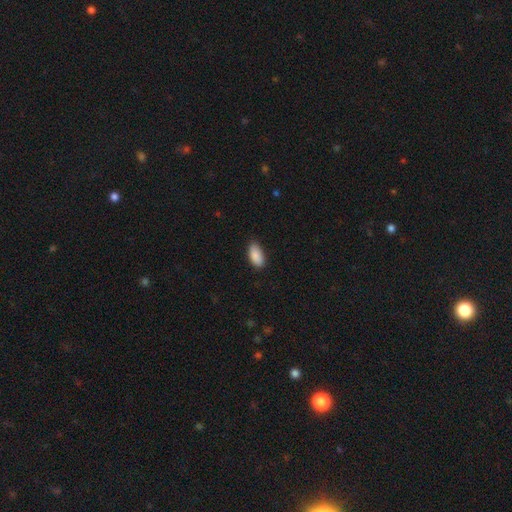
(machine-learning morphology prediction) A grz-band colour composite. It shows a smooth galaxy with no disk features (90%) that is in between round and cigar-shaped (93%). Merging: none (78%).